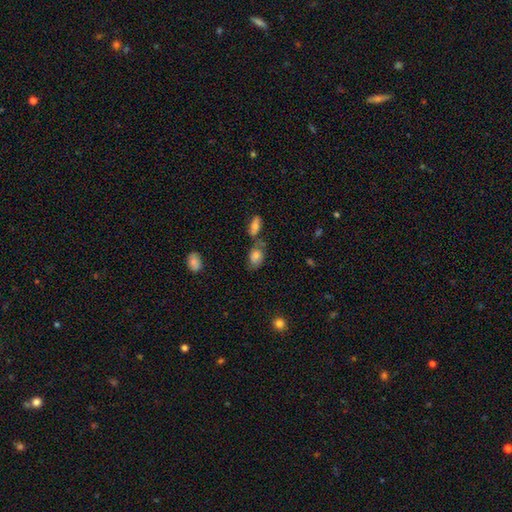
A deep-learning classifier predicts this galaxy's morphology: smooth-or-featured: smooth: 74% | featured or disk: 17% | star or artifact: 9%
  how-rounded: in between: 82% | round: 17% | cigar-shaped: 2%
  merging: none: 50% | merger: 24% | minor disturbance: 19% | major disturbance: 7%